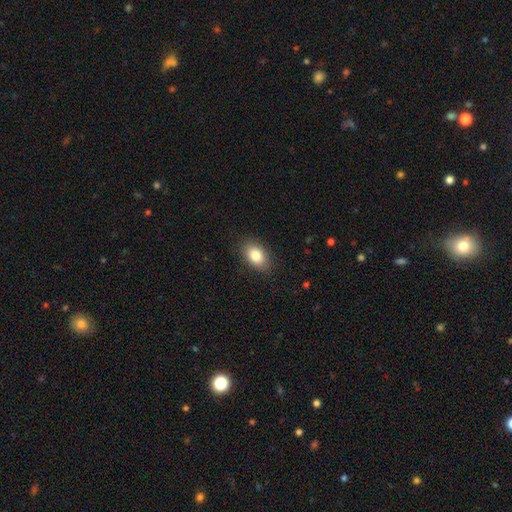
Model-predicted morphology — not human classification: type=smooth (84%); roundness=in between (87%); merging=none (86%).